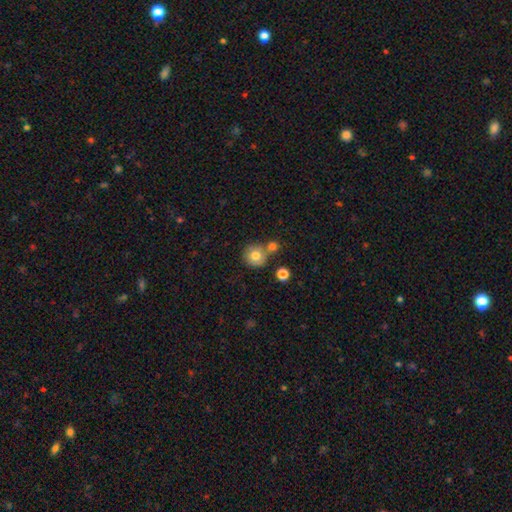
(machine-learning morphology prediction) Smooth or featured? smooth (78%)
How rounded? round (91%)
Merging? none (61%)